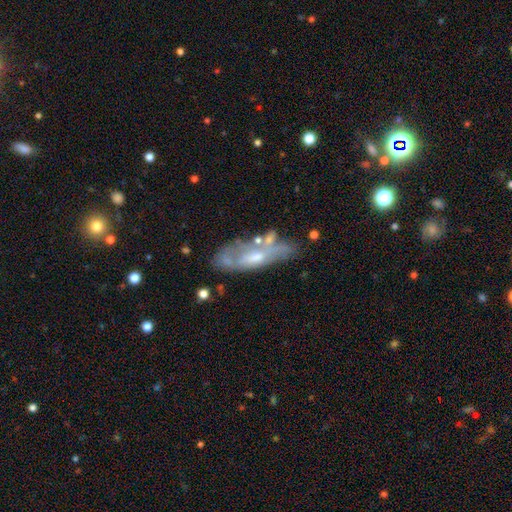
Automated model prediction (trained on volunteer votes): A featured or disk galaxy (60%).

Vote fractions:
- Smooth or featured? featured or disk: 60% / smooth: 32% / star or artifact: 8%
- Edge-on disk? no: 71% / yes: 29%
- Merging? none: 50% / minor disturbance: 24% / major disturbance: 14% / merger: 12%